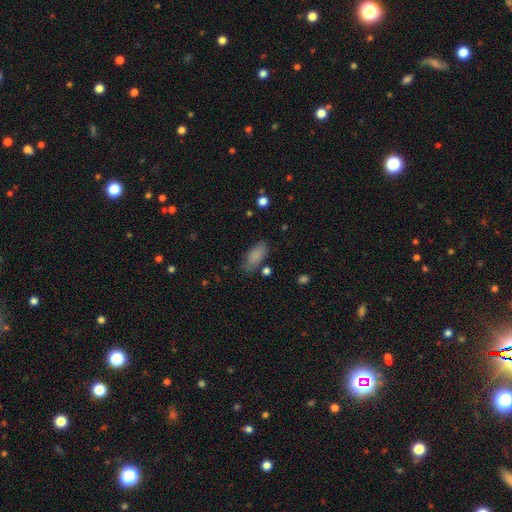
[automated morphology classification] This is clearly a smooth galaxy (85%). How rounded: clearly in between (85%). Merging: likely none (74%).